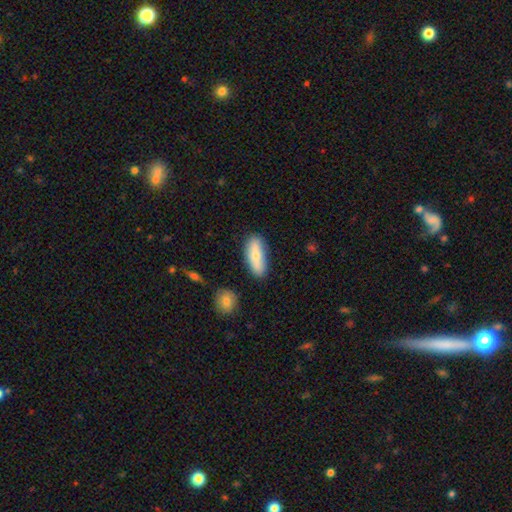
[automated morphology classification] smooth_or_featured: smooth (p=0.73) [alt: featured or disk p=0.20]
how_rounded: in between (p=0.69) [alt: cigar-shaped p=0.28]
merging: none (p=0.78) [alt: minor disturbance p=0.15]